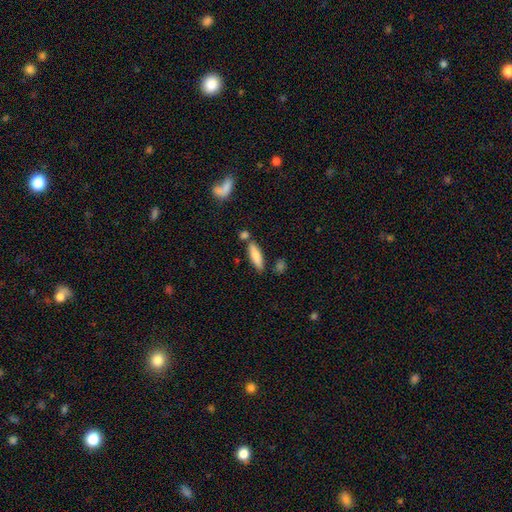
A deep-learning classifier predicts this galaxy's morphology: smooth_or_featured: smooth (p=0.80) [alt: featured or disk p=0.13]
how_rounded: cigar-shaped (p=0.59) [alt: in between p=0.39]
merging: none (p=0.73) [alt: minor disturbance p=0.13]